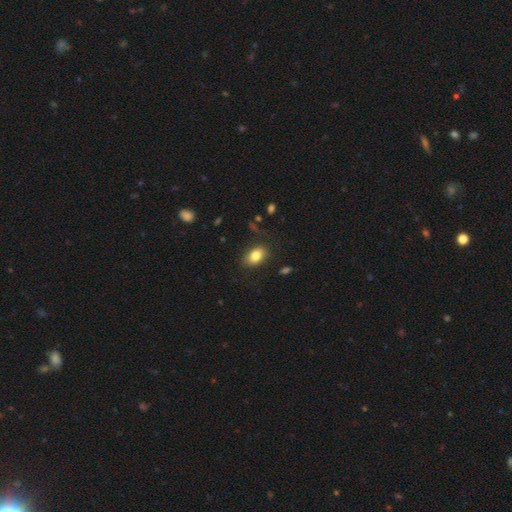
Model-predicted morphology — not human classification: A smooth galaxy with no disk features (82%) that is in between round and cigar-shaped (85%). Merging: none (81%).